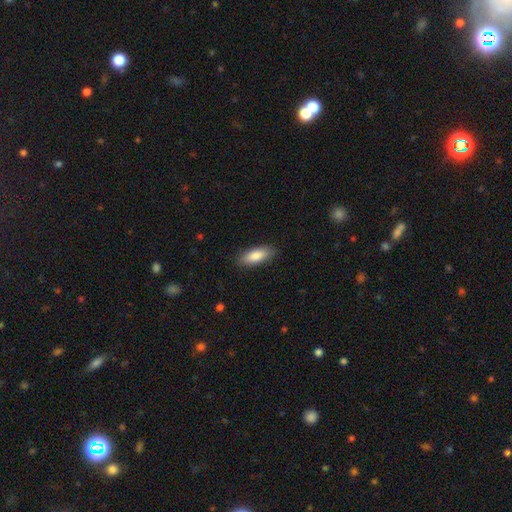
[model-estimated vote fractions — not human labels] Smooth or featured? Predicted: smooth (p=0.86). How rounded? Predicted: in between (p=0.74). Merging? Predicted: none (p=0.88).